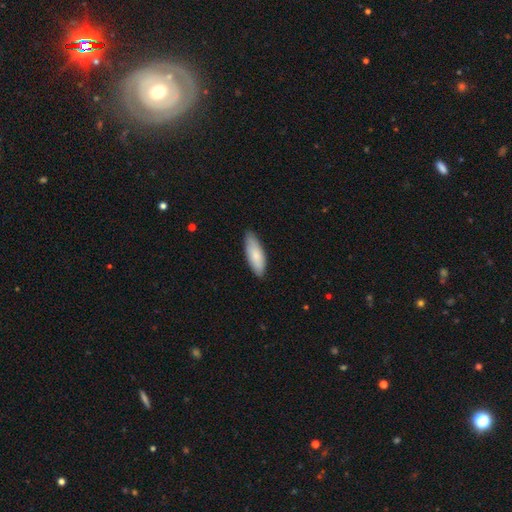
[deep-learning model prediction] Smooth or featured?
  - smooth: 82% *
  - featured or disk: 13%
  - star or artifact: 5%
How rounded?
  - in between: 64% *
  - cigar-shaped: 34%
  - round: 2%
Merging?
  - none: 84% *
  - minor disturbance: 13%
  - major disturbance: 2%
  - merger: 1%